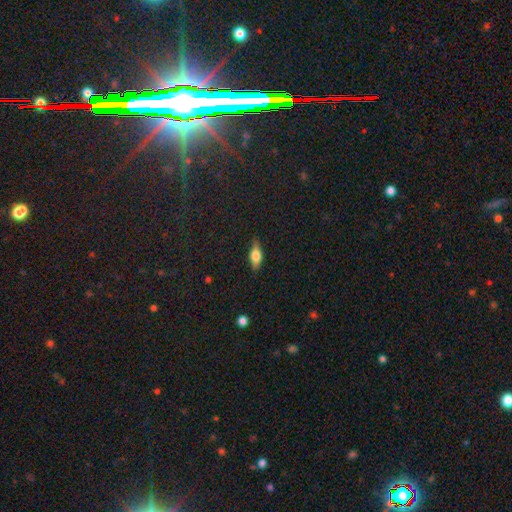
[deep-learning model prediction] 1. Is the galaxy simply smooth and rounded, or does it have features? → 64% smooth, 29% featured or disk, 8% star or artifact.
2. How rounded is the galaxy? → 74% in between, 22% cigar-shaped, 4% round.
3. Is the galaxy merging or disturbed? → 84% none, 12% minor disturbance, 2% major disturbance, 1% merger.